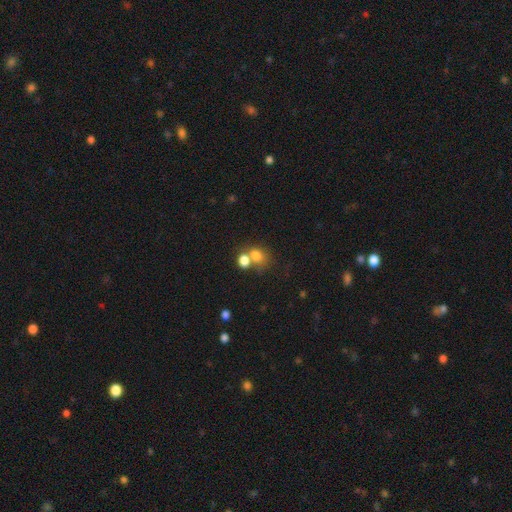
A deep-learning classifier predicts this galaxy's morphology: Smooth or featured? smooth (76%)
How rounded? round (51%)
Merging? merger (46%)